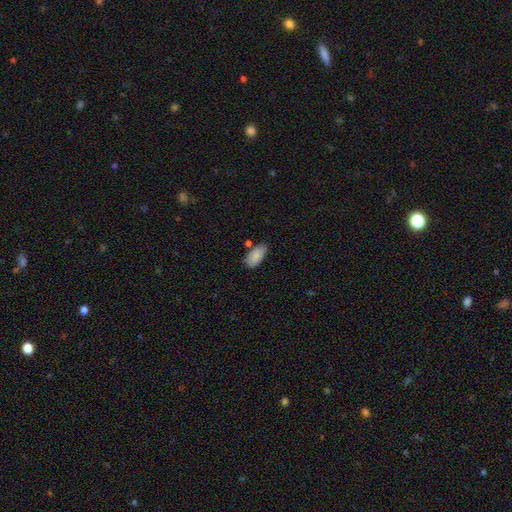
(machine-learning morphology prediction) Smooth or featured? Predicted: smooth (p=0.86). How rounded? Predicted: in between (p=0.93). Merging? Predicted: none (p=0.63).